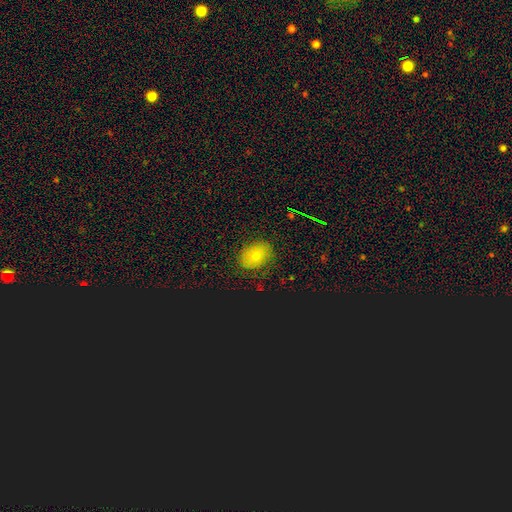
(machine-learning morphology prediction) smooth 64%, star or artifact 22%, featured or disk 14%. Down the decision tree: how rounded — in between (62%); merging — none (85%).